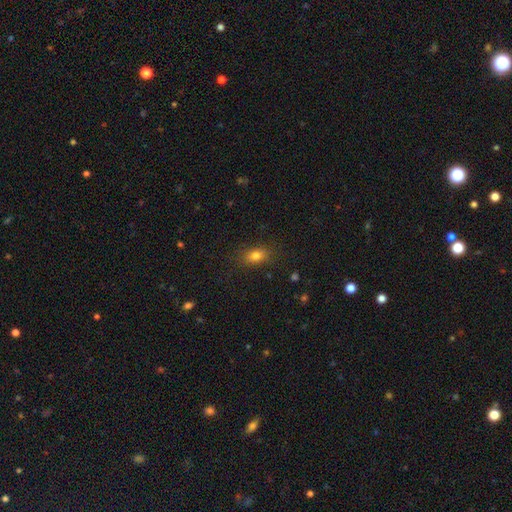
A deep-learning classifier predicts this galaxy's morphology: A smooth galaxy with no disk features (81%) that is in between round and cigar-shaped (80%).

Vote fractions:
- Smooth or featured? smooth: 81% / star or artifact: 11% / featured or disk: 8%
- How rounded? in between: 80% / round: 14% / cigar-shaped: 6%
- Merging? none: 84% / minor disturbance: 12% / major disturbance: 4% / merger: 1%